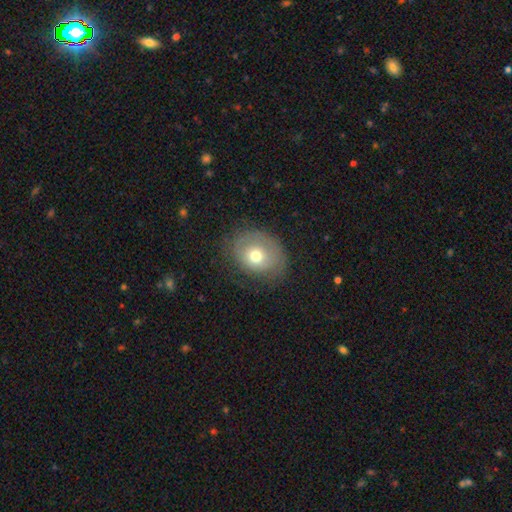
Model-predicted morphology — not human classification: A smooth galaxy with no disk features (62%) that is round (52%). Merging: none (65%).